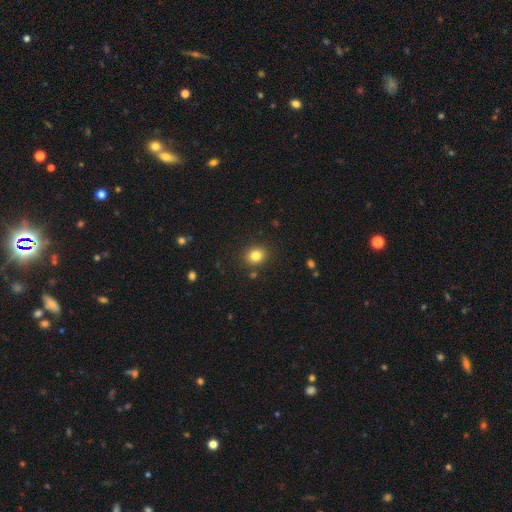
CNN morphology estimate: smooth-or-featured: smooth: 82% | star or artifact: 12% | featured or disk: 6%
  how-rounded: round: 68% | in between: 32% | cigar-shaped: 1%
  merging: none: 87% | minor disturbance: 8% | merger: 3% | major disturbance: 2%